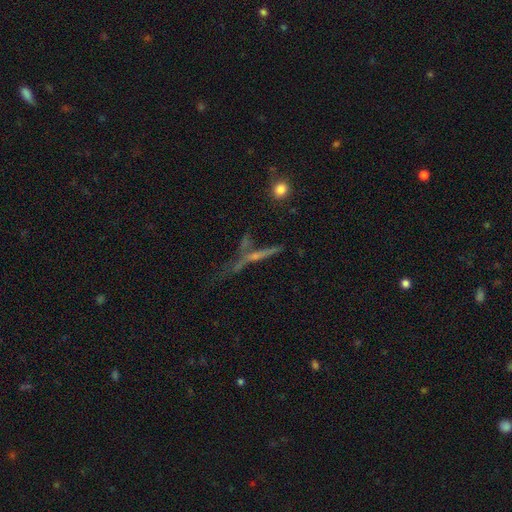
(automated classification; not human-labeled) The model was most divided on "edge-on bulge": rounded: 48%, none: 43%, boxy: 9%. More confident: edge-on disk — yes (88%); smooth or featured — featured or disk (61%); merging — none (57%).